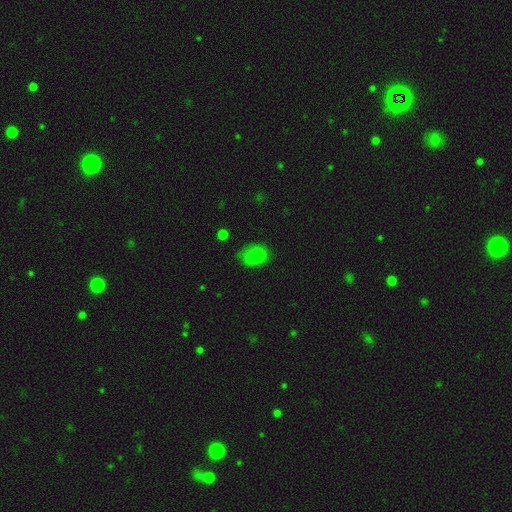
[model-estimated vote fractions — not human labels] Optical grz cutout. It shows a smooth galaxy with no disk features (82%) that is in between round and cigar-shaped (71%). Merging: none (69%).